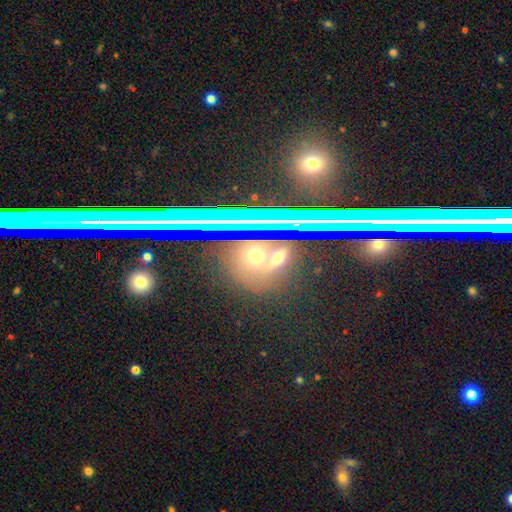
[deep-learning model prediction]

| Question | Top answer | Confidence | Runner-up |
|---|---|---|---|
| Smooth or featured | smooth | 49% | star or artifact (38%) |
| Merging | none | 69% | merger (15%) |